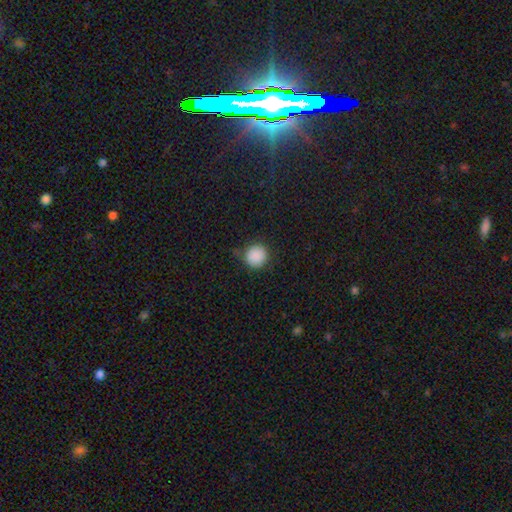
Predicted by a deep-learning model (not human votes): Smooth or featured? Predicted: smooth (p=0.88). How rounded? Predicted: round (p=0.92). Merging? Predicted: none (p=0.79).